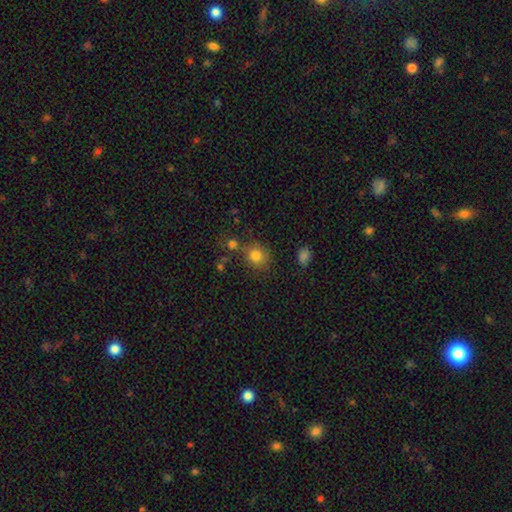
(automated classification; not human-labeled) smooth_or_featured: smooth (p=0.80) [alt: star or artifact p=0.13]
how_rounded: round (p=0.84) [alt: in between p=0.15]
merging: none (p=0.66) [alt: merger p=0.15]